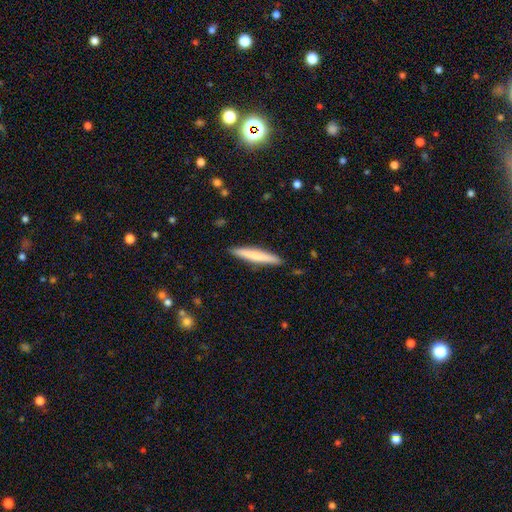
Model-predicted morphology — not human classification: Overall: smooth (70%). How rounded: cigar-shaped (94%). Merging: none (90%).